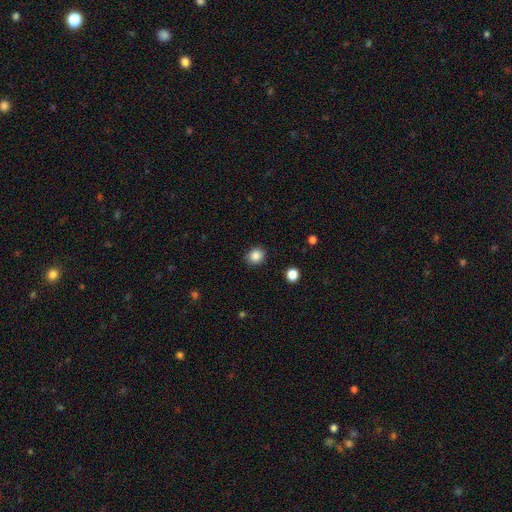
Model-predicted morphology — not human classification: smooth-or-featured: smooth: 86% | star or artifact: 10% | featured or disk: 4%
  how-rounded: round: 76% | in between: 23% | cigar-shaped: 1%
  merging: none: 88% | minor disturbance: 8% | major disturbance: 2% | merger: 1%